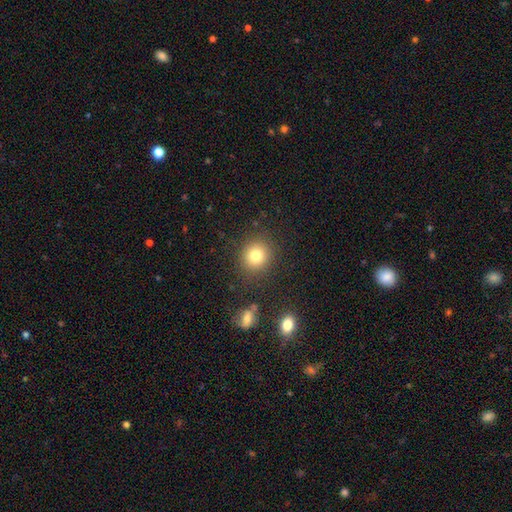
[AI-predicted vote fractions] Q: Smooth or featured?
A: smooth (79%); runner-up: star or artifact (13%)
Q: How rounded?
A: round (86%); runner-up: in between (13%)
Q: Merging?
A: none (85%); runner-up: minor disturbance (9%)